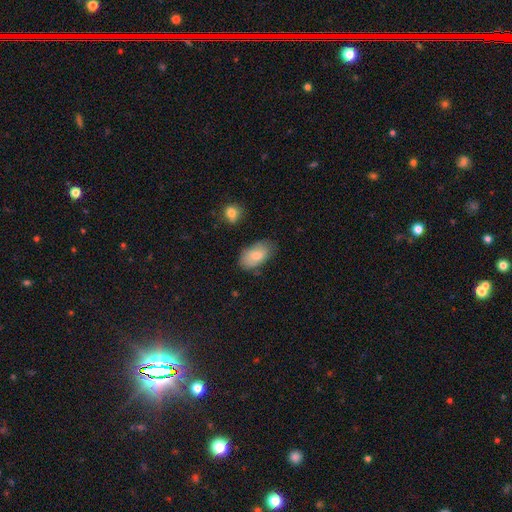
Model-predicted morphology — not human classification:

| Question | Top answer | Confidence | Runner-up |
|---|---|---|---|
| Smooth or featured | smooth | 79% | featured or disk (15%) |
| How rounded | in between | 94% | round (4%) |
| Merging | none | 67% | minor disturbance (24%) |